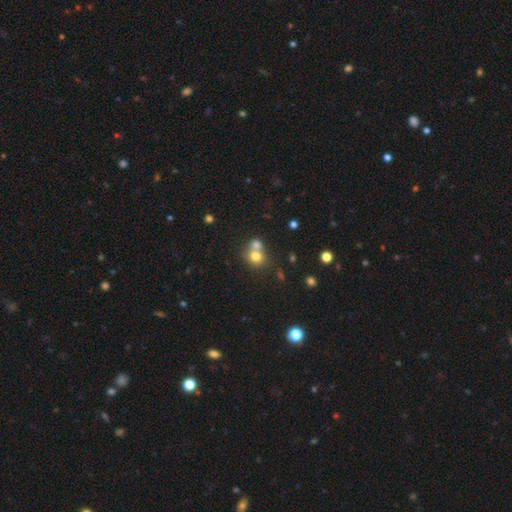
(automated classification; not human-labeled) Q: Smooth or featured?
A: smooth (74%); runner-up: featured or disk (13%)
Q: How rounded?
A: round (78%); runner-up: in between (21%)
Q: Merging?
A: merger (54%); runner-up: none (36%)